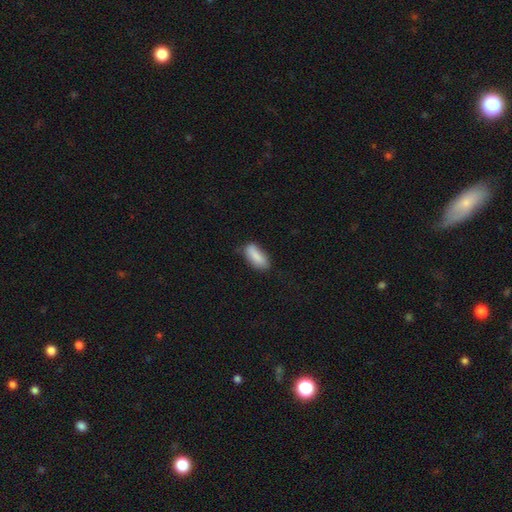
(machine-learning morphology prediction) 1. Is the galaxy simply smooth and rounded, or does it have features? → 87% smooth, 7% star or artifact, 7% featured or disk.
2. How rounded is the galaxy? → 80% in between, 18% cigar-shaped, 2% round.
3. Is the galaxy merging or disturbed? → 67% none, 26% minor disturbance, 5% major disturbance, 2% merger.